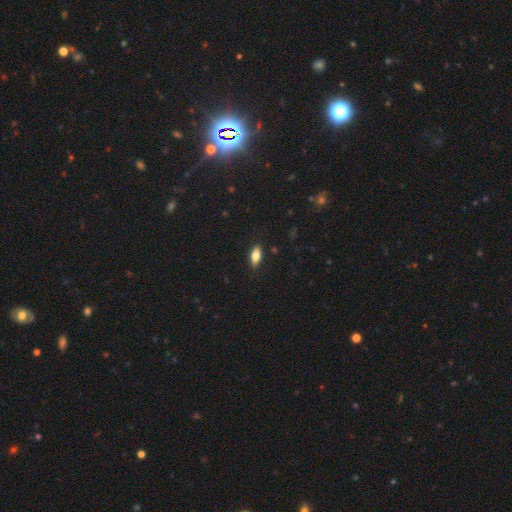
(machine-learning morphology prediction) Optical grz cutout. It shows a smooth galaxy with no disk features (78%) that is in between round and cigar-shaped (82%). Merging: none (88%).